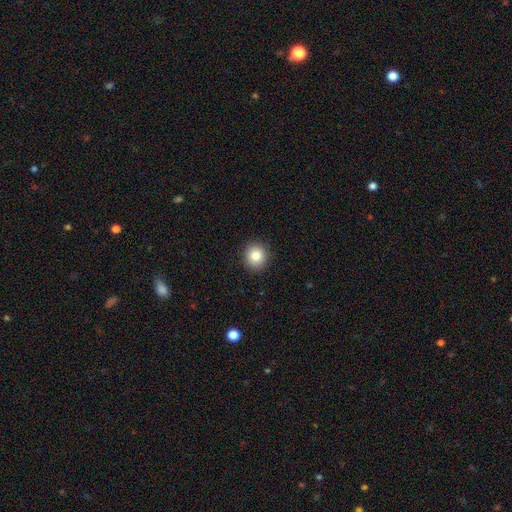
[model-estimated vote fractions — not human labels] A smooth galaxy with no disk features (84%) that is round (85%). Merging: none (91%).